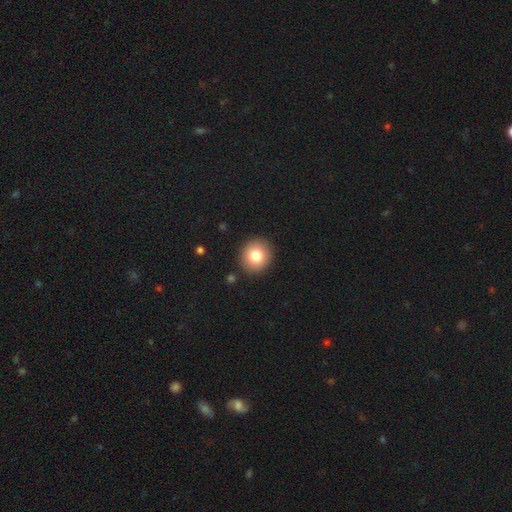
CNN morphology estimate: smooth_or_featured: smooth (p=0.80) [alt: featured or disk p=0.10]
how_rounded: round (p=0.89) [alt: in between p=0.10]
merging: none (p=0.90) [alt: minor disturbance p=0.06]